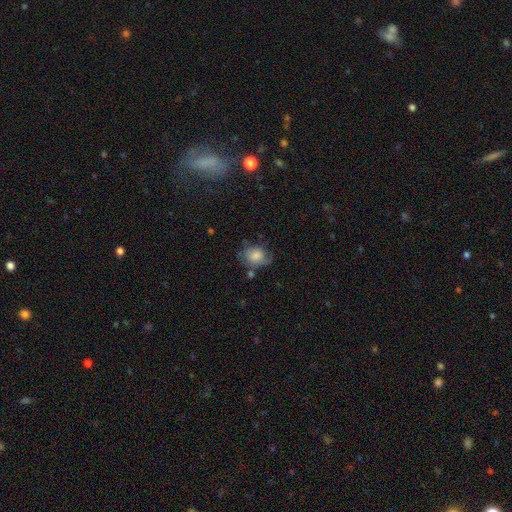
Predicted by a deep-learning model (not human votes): The model was most divided on "how rounded": in between: 53%, round: 46%, cigar-shaped: 1%. Remaining: smooth or featured — smooth (70%); merging — none (49%).